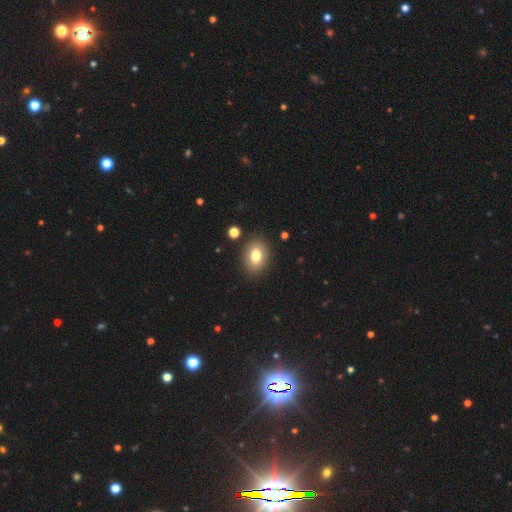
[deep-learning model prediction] The model was most divided on "how rounded": in between: 72%, round: 27%, cigar-shaped: 1%. More confident: merging — none (86%); smooth or featured — smooth (78%).